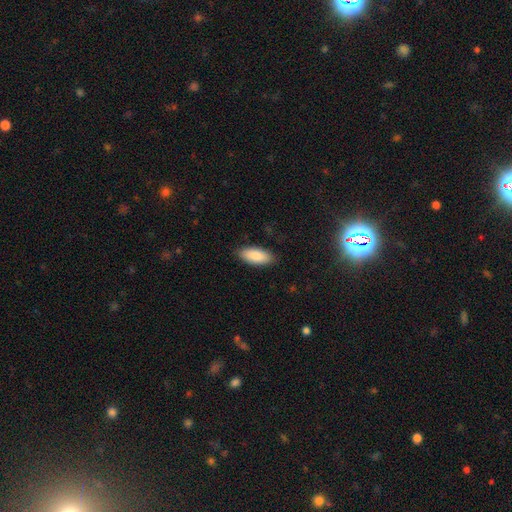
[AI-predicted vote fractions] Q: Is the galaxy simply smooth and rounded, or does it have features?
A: smooth — 89%.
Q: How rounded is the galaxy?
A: in between — 87%.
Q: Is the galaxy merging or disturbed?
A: none — 87%.